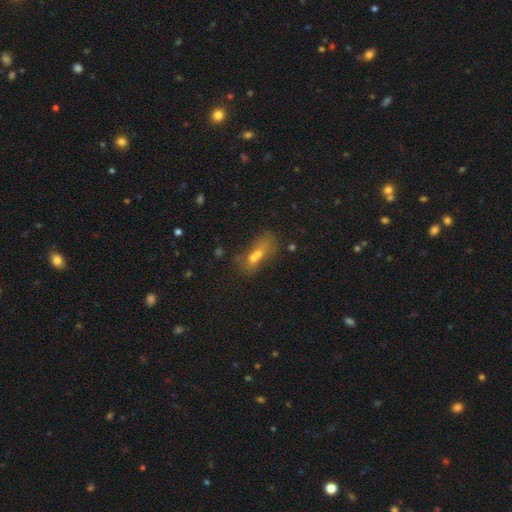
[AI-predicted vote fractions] This appears to be a smooth galaxy with no disk features (55%) that is in between round and cigar-shaped (59%). Merging: merger (44%).